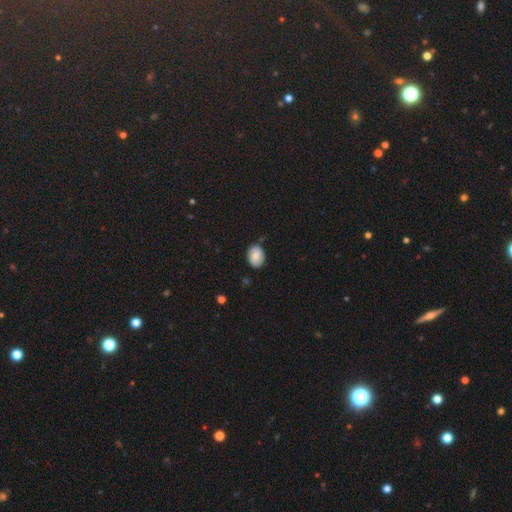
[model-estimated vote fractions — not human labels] Smooth or featured? Predicted: smooth (p=0.79). How rounded? Predicted: in between (p=0.68). Merging? Predicted: none (p=0.76).